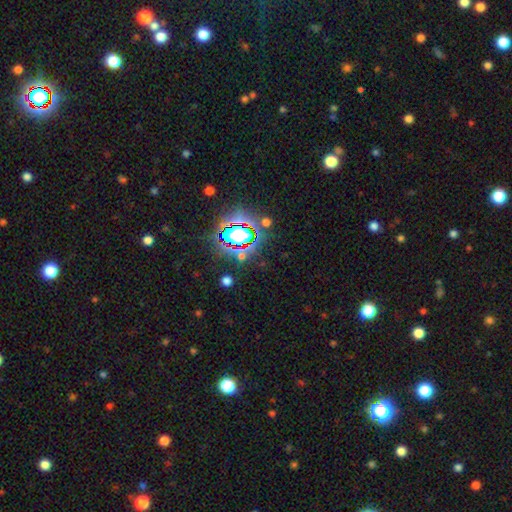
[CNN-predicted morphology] Smooth or featured: star or artifact — 80% (smooth — 12%)